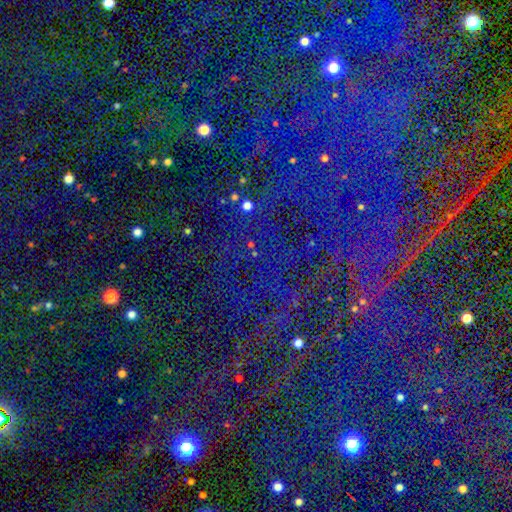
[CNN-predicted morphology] The model was most divided on "smooth or featured": star or artifact: 85%, smooth: 9%, featured or disk: 6%.